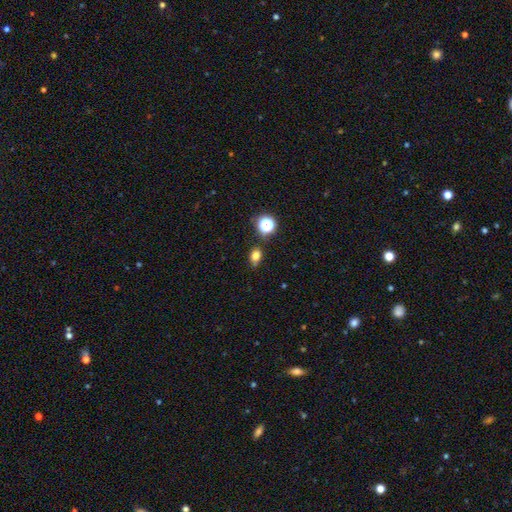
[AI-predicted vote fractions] smooth 76%, star or artifact 17%, featured or disk 7%. Down the decision tree: how rounded — in between (61%); merging — none (72%).